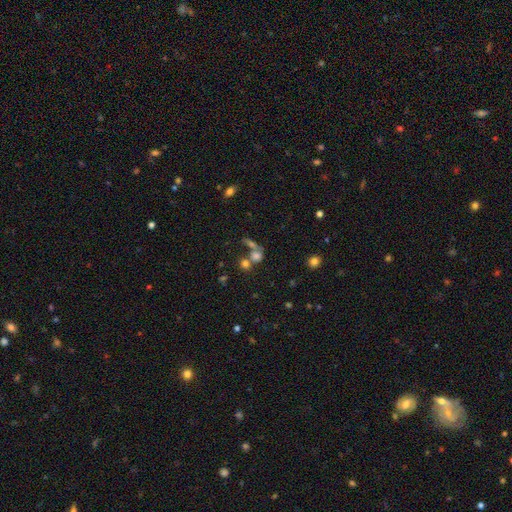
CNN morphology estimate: The model was most divided on "merging": merger: 46%, none: 34%, major disturbance: 10%, minor disturbance: 10%. More confident: smooth or featured — smooth (68%); how rounded — round (66%).